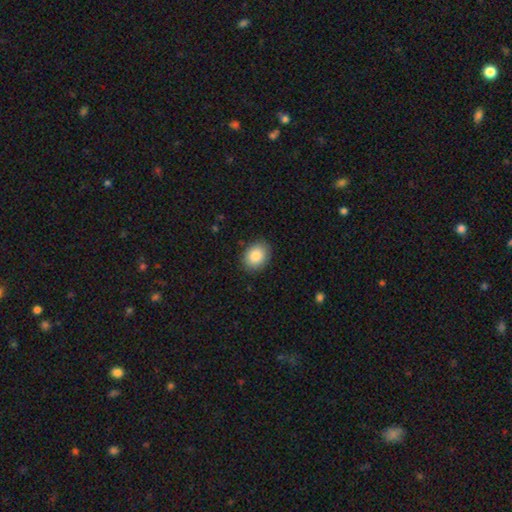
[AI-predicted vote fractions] A smooth galaxy with no disk features (85%) that is in between round and cigar-shaped (62%). Merging: none (85%).